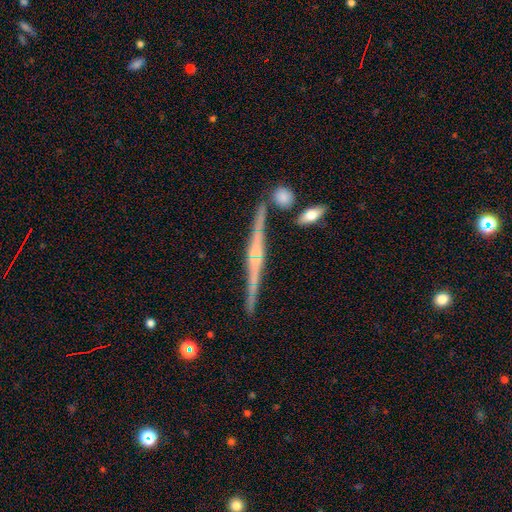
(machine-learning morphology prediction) A featured or disk galaxy (80%) viewed edge-on (97%) with a rounded central bulge (52%). Merging: none (81%).